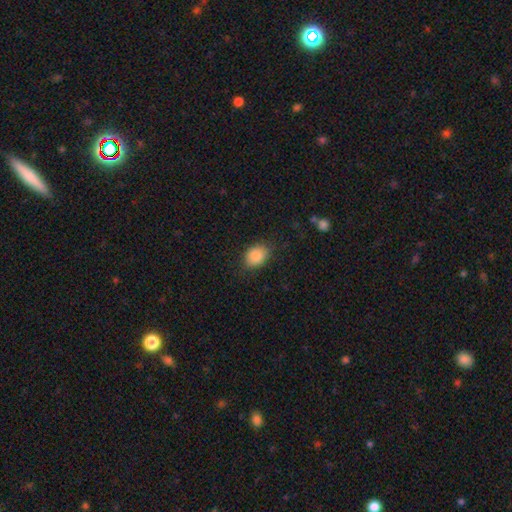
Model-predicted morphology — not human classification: The model was most divided on "how rounded": in between: 67%, round: 32%, cigar-shaped: 1%. More confident: smooth or featured — smooth (88%); merging — none (80%).